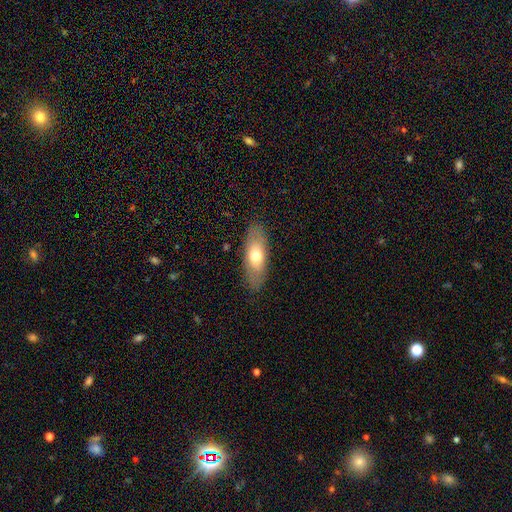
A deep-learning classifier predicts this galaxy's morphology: Overall: smooth (66%; featured or disk 28%). How rounded: in between (74%). Merging: none (85%).